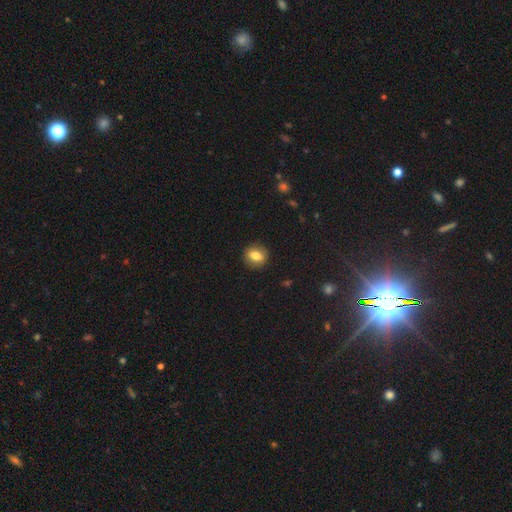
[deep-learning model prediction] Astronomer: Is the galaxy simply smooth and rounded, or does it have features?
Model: smooth — 78%.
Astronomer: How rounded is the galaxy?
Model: round — 64%.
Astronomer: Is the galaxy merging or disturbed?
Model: none — 88%.